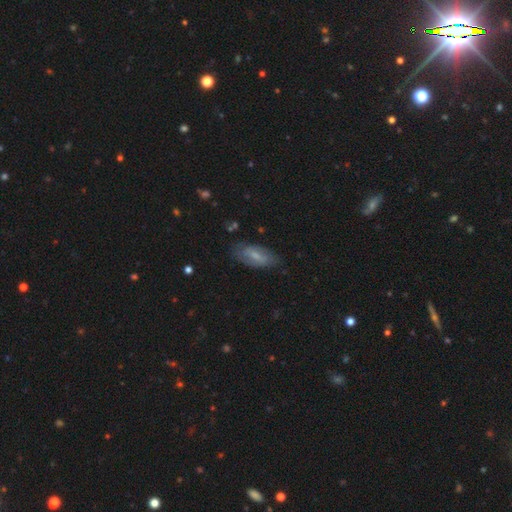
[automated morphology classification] This is possibly a smooth galaxy (50%). Merging: likely none (73%).